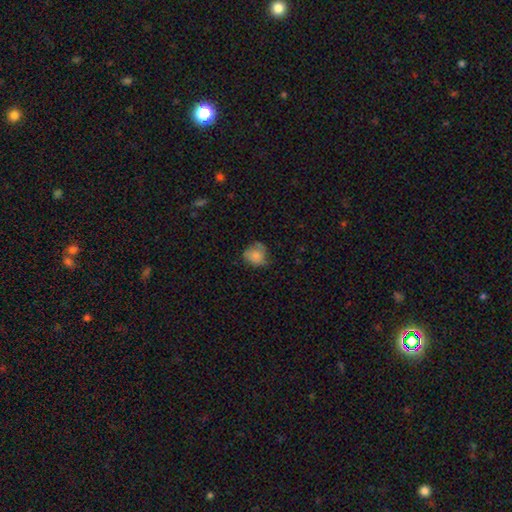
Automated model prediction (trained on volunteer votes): Smooth or featured? smooth (76%)
How rounded? round (74%)
Merging? none (54%)